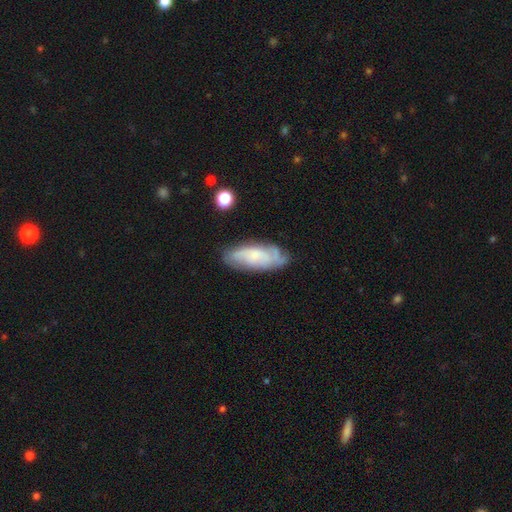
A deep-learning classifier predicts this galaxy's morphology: This appears to be a featured or disk galaxy (60%) with no bar (69%), spiral arms (84%) and a small central bulge (62%). Merging: none (68%).